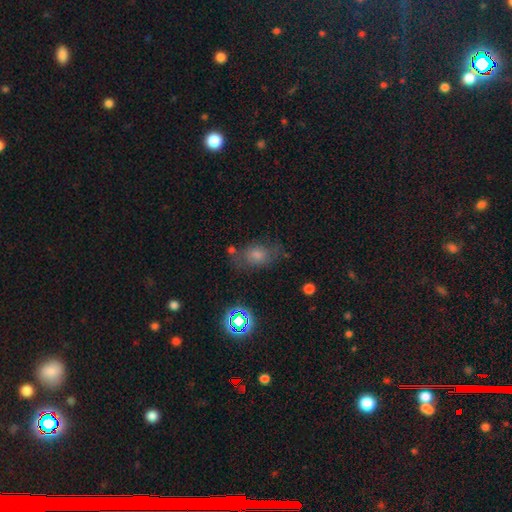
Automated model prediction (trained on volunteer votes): Morphology: type=smooth (52%); roundness=in between (68%); merging=none (66%).